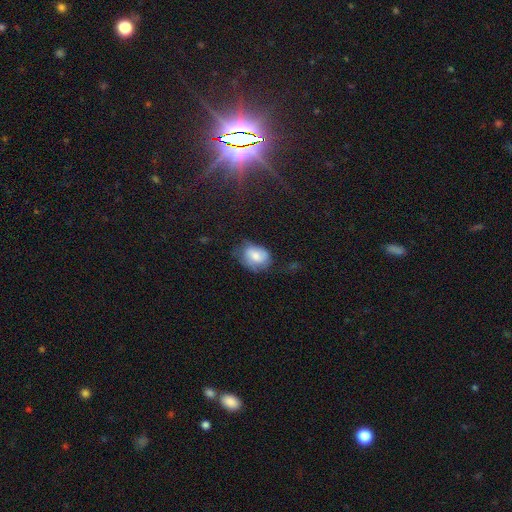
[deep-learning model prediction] Morphology: type=smooth (62%); roundness=in between (70%); merging=none (49%).